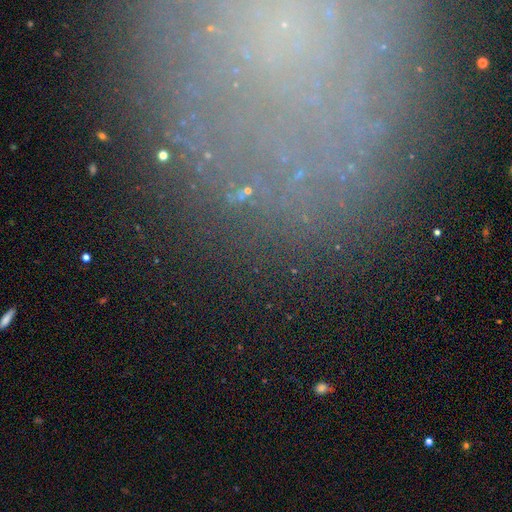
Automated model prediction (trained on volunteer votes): Overall: star or artifact (60%; featured or disk 22%).